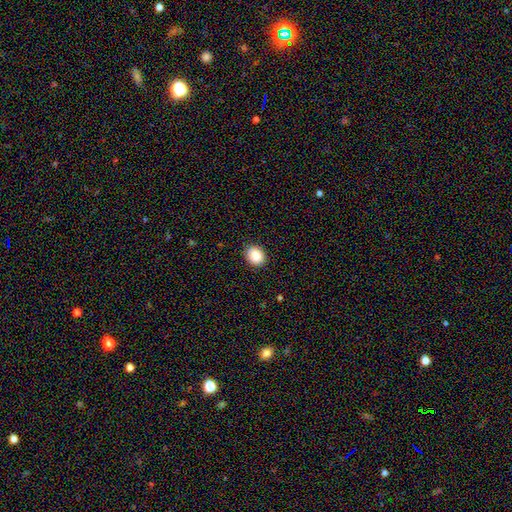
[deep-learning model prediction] Smooth or featured: smooth — 86% (star or artifact — 9%)
How rounded: round — 54% (in between — 45%)
Merging: none — 90% (minor disturbance — 7%)